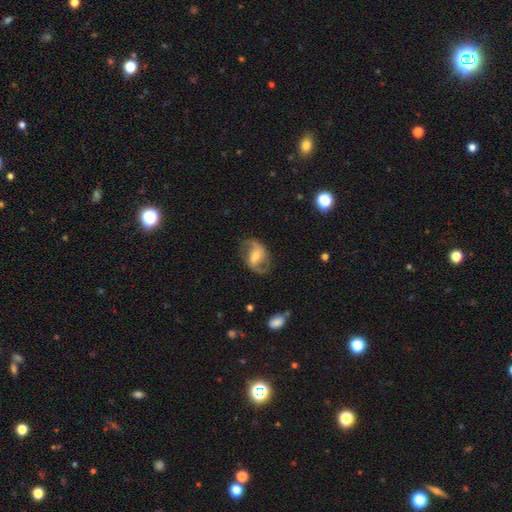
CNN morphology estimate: smooth_or_featured: featured or disk (p=0.73) [alt: smooth p=0.20]
disk_edge_on: no (p=0.96) [alt: yes p=0.04]
bar: weak (p=0.43) [alt: strong p=0.31]
has_spiral_arms: yes (p=0.87) [alt: no p=0.13]
spiral_winding: loose (p=0.46) [alt: medium p=0.41]
spiral_arm_count: 2 (p=0.88) [alt: can't tell p=0.06]
bulge_size: moderate (p=0.52) [alt: small p=0.38]
merging: none (p=0.71) [alt: minor disturbance p=0.18]